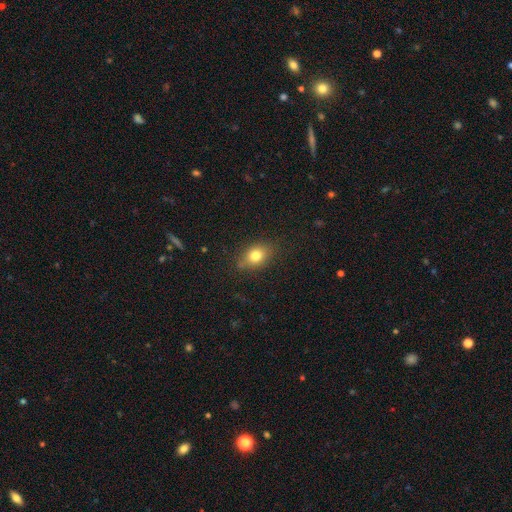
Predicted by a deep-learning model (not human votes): smooth-or-featured: smooth: 78% | featured or disk: 11% | star or artifact: 11%
  how-rounded: in between: 68% | round: 30% | cigar-shaped: 3%
  merging: none: 78% | minor disturbance: 16% | major disturbance: 4% | merger: 2%